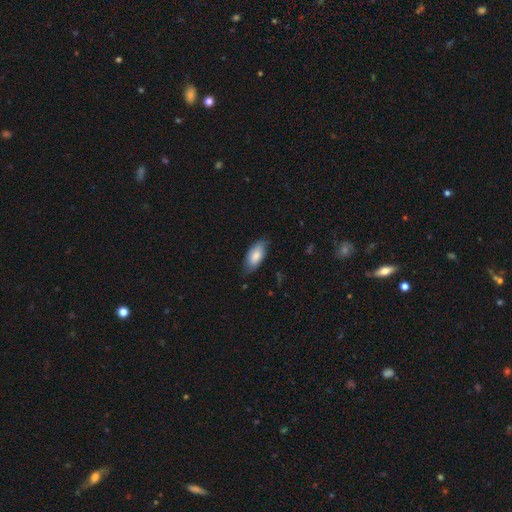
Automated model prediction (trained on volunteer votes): smooth 79%, featured or disk 15%, star or artifact 6%. Down the decision tree: how rounded — in between (89%); merging — none (74%).